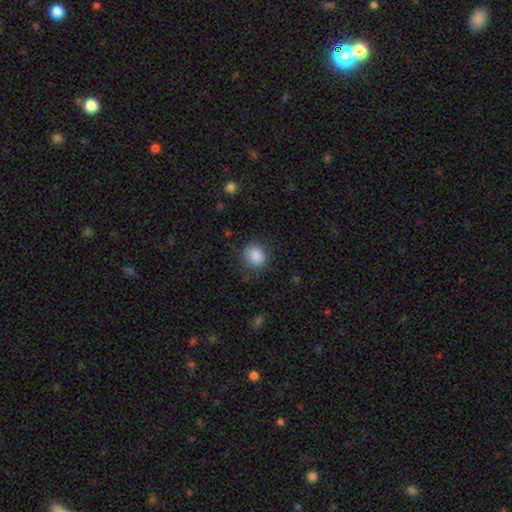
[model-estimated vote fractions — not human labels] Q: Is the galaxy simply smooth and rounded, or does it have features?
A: smooth — 87%.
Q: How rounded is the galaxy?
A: round — 75%.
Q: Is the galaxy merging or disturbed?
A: none — 77%.